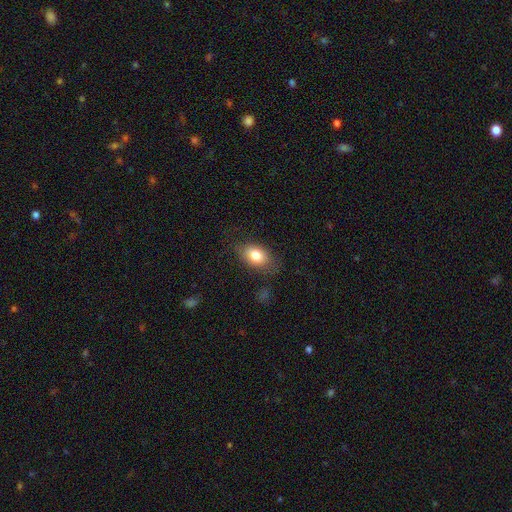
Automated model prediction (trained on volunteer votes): Smooth or featured?
  - smooth: 80% *
  - featured or disk: 12%
  - star or artifact: 8%
How rounded?
  - in between: 84% *
  - round: 15%
  - cigar-shaped: 2%
Merging?
  - none: 74% *
  - minor disturbance: 18%
  - major disturbance: 6%
  - merger: 2%